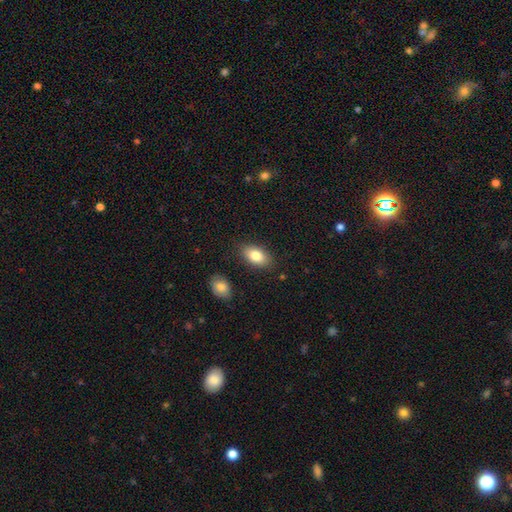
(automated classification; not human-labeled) smooth-or-featured: smooth: 82% | featured or disk: 11% | star or artifact: 7%
  how-rounded: in between: 91% | round: 7% | cigar-shaped: 2%
  merging: none: 84% | minor disturbance: 11% | major disturbance: 3% | merger: 2%